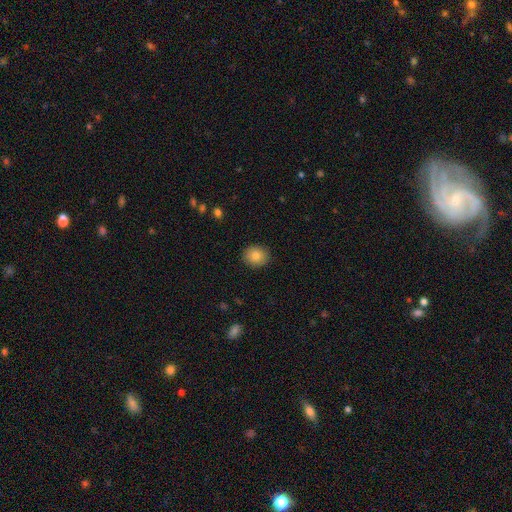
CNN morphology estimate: A smooth galaxy with no disk features (82%) that is round (72%).

Vote fractions:
- Smooth or featured? smooth: 82% / star or artifact: 9% / featured or disk: 9%
- How rounded? round: 72% / in between: 27% / cigar-shaped: 1%
- Merging? none: 91% / minor disturbance: 6% / major disturbance: 2% / merger: 1%